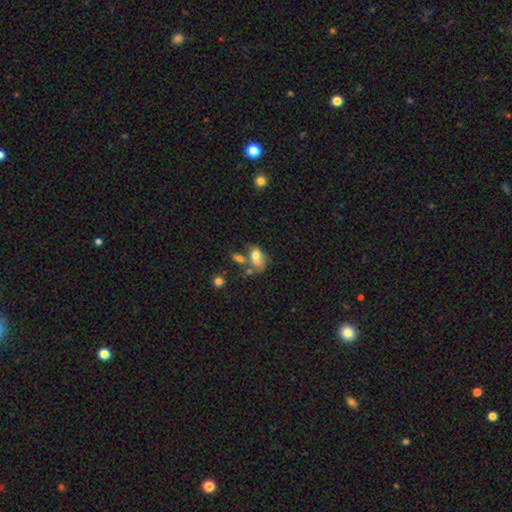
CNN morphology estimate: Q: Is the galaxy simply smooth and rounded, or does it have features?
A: smooth — 68%.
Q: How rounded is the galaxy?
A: in between — 84%.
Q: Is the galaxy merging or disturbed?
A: merger — 37%.